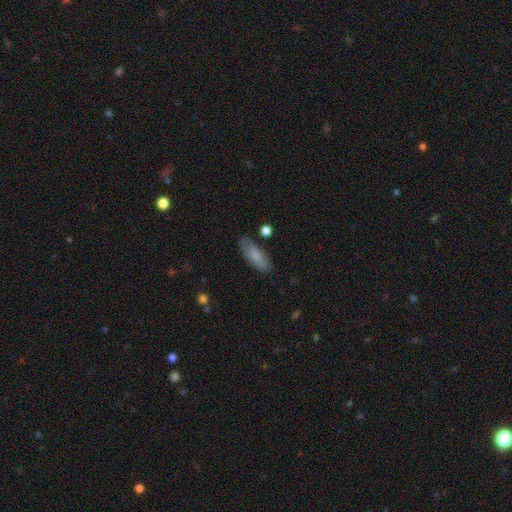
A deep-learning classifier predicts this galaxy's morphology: Smooth or featured: smooth — 76% (featured or disk — 18%)
How rounded: in between — 67% (cigar-shaped — 30%)
Merging: none — 75% (minor disturbance — 19%)